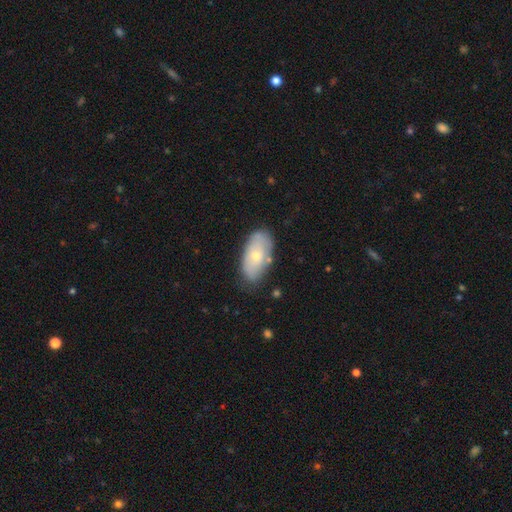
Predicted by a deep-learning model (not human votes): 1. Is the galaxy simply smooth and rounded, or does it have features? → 59% smooth, 34% featured or disk, 7% star or artifact.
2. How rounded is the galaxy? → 93% in between, 4% cigar-shaped, 4% round.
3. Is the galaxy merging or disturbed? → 73% none, 20% minor disturbance, 4% major disturbance, 3% merger.